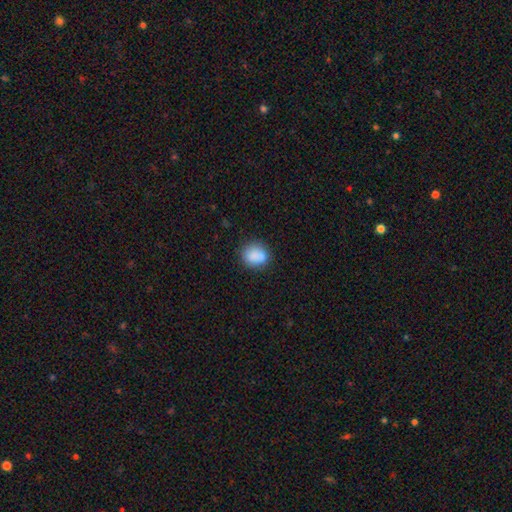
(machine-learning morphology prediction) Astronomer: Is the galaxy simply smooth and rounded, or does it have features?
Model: smooth — 85%.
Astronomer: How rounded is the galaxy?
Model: round — 66%.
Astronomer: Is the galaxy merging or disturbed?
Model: none — 73%.